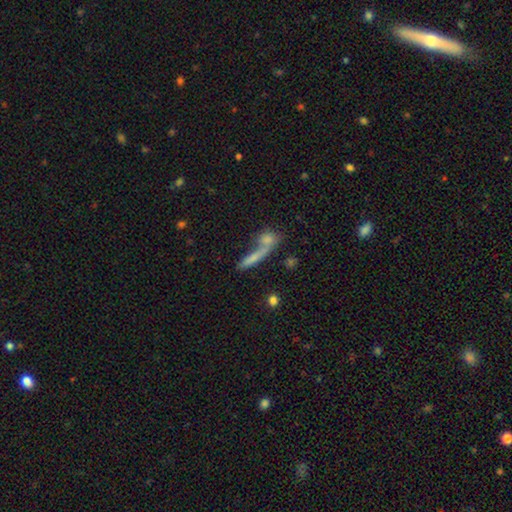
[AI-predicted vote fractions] smooth-or-featured: smooth: 61% | featured or disk: 26% | star or artifact: 13%
  how-rounded: cigar-shaped: 77% | in between: 16% | round: 7%
  merging: none: 51% | merger: 34% | minor disturbance: 10% | major disturbance: 6%